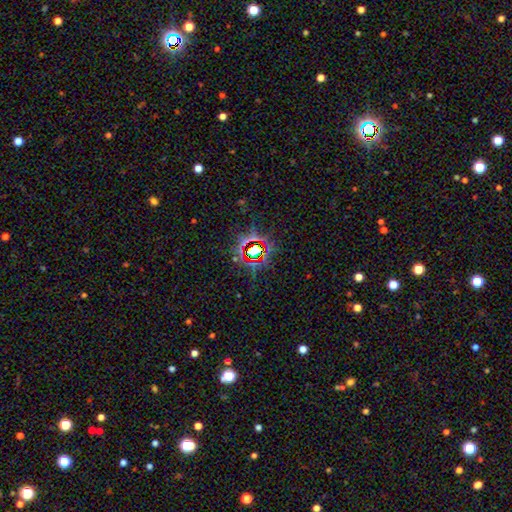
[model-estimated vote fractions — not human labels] Morphology: type=star or artifact (78%).